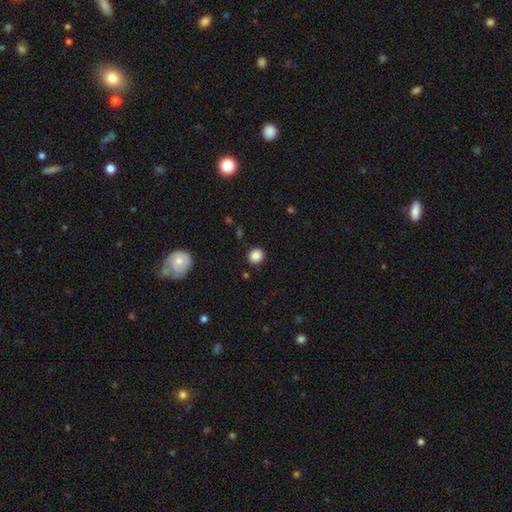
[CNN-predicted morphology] Overall: smooth (87%). How rounded: round (87%). Merging: none (90%).